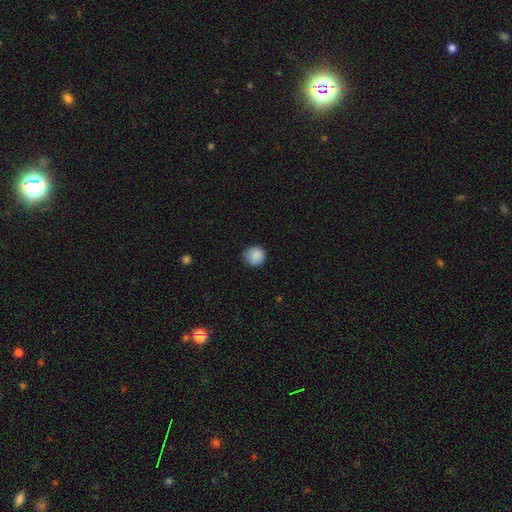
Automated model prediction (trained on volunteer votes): The model was most divided on "merging": none: 85%, minor disturbance: 12%, major disturbance: 2%, merger: 1%. More confident: how rounded — round (93%); smooth or featured — smooth (88%).